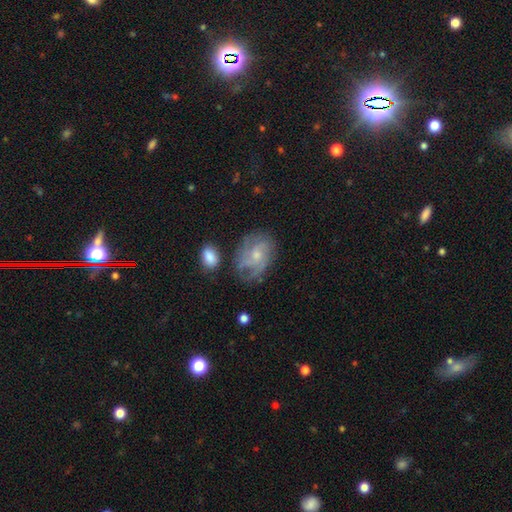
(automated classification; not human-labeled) Morphology: type=featured or disk (68%); edge-on=no (97%); bar=no (73%); spiral arms=yes (85%); winding=tight (43%); arm count=can't tell (40%); bulge=small (58%); merging=none (59%).